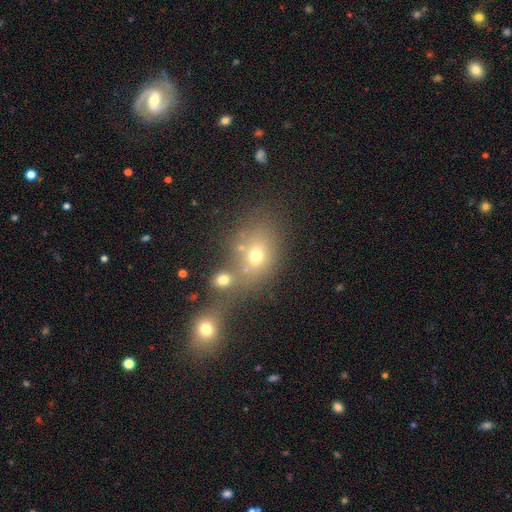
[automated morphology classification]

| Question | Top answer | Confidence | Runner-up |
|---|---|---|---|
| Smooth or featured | smooth | 65% | star or artifact (18%) |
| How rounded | round | 52% | in between (46%) |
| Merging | merger | 46% | none (38%) |